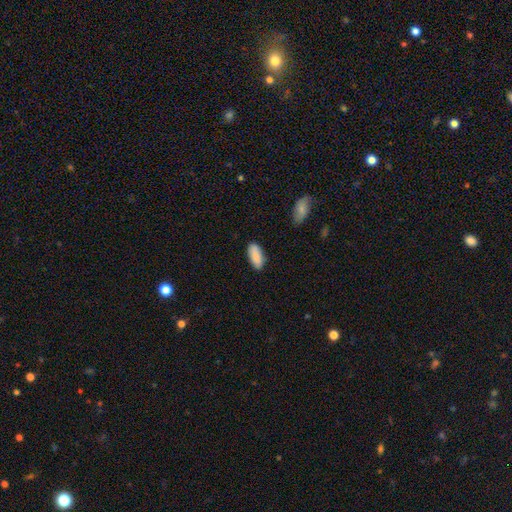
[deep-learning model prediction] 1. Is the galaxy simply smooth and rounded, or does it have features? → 89% smooth, 6% star or artifact, 5% featured or disk.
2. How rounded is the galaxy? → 84% in between, 14% cigar-shaped, 2% round.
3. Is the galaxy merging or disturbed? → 83% none, 13% minor disturbance, 2% major disturbance, 2% merger.